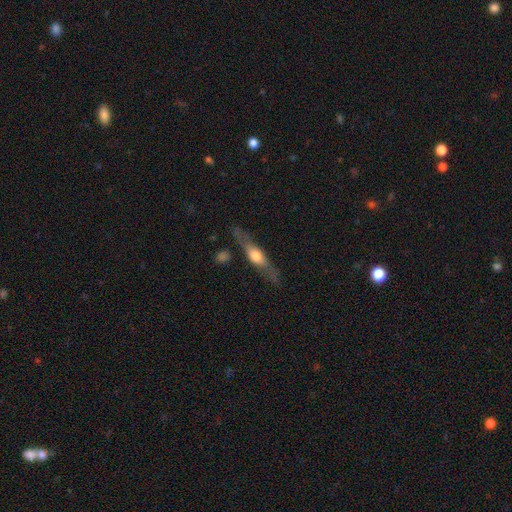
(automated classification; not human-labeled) smooth_or_featured: featured or disk (p=0.61) [alt: smooth p=0.34]
disk_edge_on: yes (p=0.87) [alt: no p=0.13]
edge_on_bulge: rounded (p=0.88) [alt: boxy p=0.08]
merging: none (p=0.75) [alt: minor disturbance p=0.16]